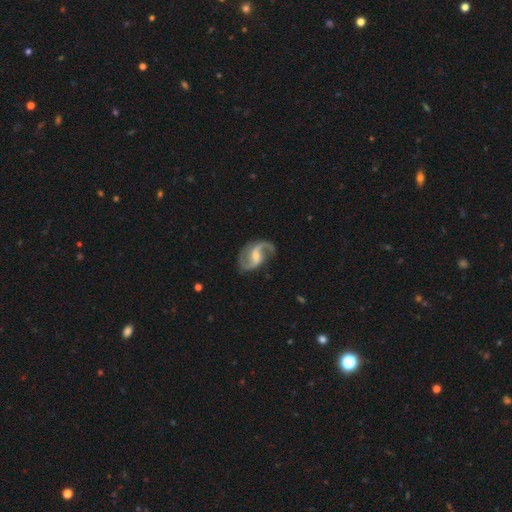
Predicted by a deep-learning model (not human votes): A featured or disk galaxy (91%) with a weak bar (54%), 2 (92%) loose (51%) spiral arms (98%) and a small central bulge (46%).

Vote fractions:
- Smooth or featured? featured or disk: 91% / smooth: 5% / star or artifact: 4%
- Edge-on disk? no: 98% / yes: 2%
- Bar? weak: 54% / strong: 24% / no: 22%
- Spiral arms? yes: 98% / no: 2%
- Spiral winding? loose: 51% / medium: 42% / tight: 8%
- Spiral arm count? 2: 92% / 1: 3% / can't tell: 2% / 3: 1% / 4: 1% / more than 4: 1%
- Bulge size? small: 46% / moderate: 42% / none: 8% / large: 3% / dominant: 1%
- Merging? none: 77% / minor disturbance: 15% / major disturbance: 7% / merger: 2%